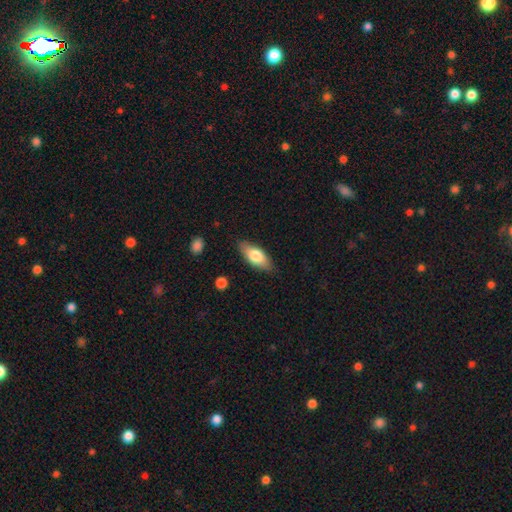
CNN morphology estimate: smooth-or-featured: smooth: 73% | featured or disk: 21% | star or artifact: 6%
  how-rounded: in between: 82% | cigar-shaped: 16% | round: 3%
  merging: none: 84% | minor disturbance: 12% | major disturbance: 2% | merger: 1%